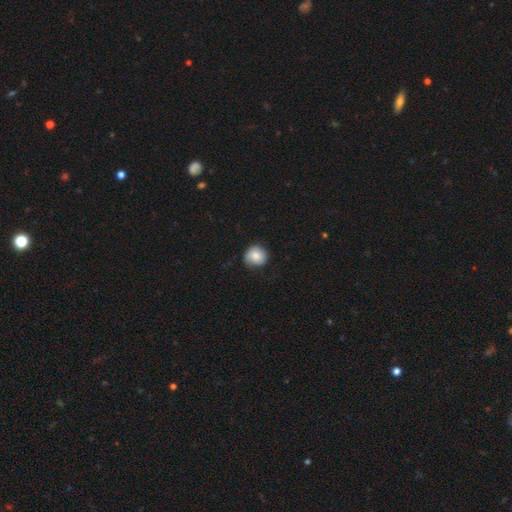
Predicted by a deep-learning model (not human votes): smooth-or-featured: smooth: 83% | featured or disk: 9% | star or artifact: 8%
  how-rounded: round: 89% | in between: 10% | cigar-shaped: 1%
  merging: none: 76% | minor disturbance: 19% | major disturbance: 4% | merger: 1%